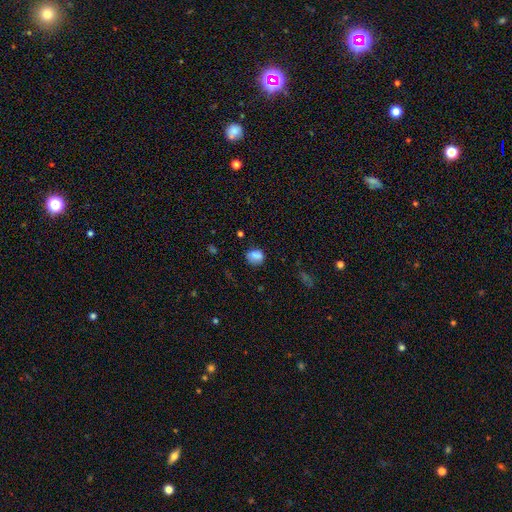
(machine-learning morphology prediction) Smooth or featured? smooth (81%)
How rounded? round (63%)
Merging? none (71%)